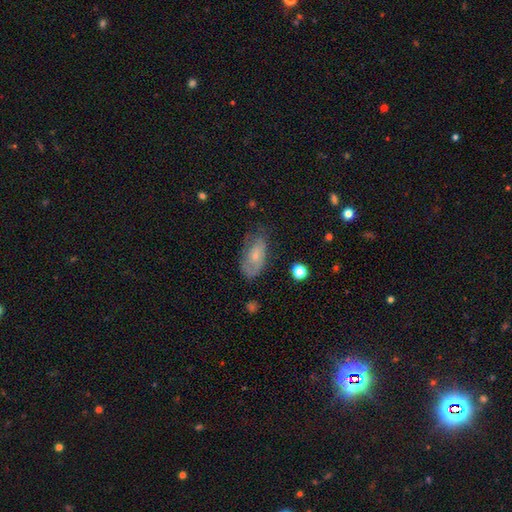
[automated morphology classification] Q: Smooth or featured?
A: smooth (53%); runner-up: featured or disk (39%)
Q: How rounded?
A: in between (90%); runner-up: round (5%)
Q: Merging?
A: none (53%); runner-up: minor disturbance (31%)